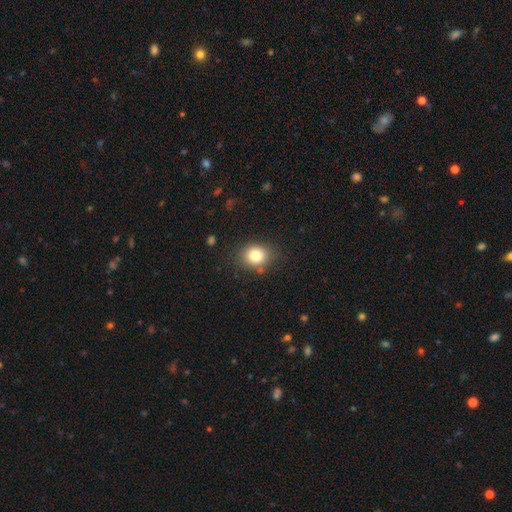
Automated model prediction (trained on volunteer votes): smooth-or-featured: smooth: 80% | star or artifact: 11% | featured or disk: 8%
  how-rounded: round: 70% | in between: 30% | cigar-shaped: 1%
  merging: none: 81% | minor disturbance: 13% | major disturbance: 4% | merger: 3%